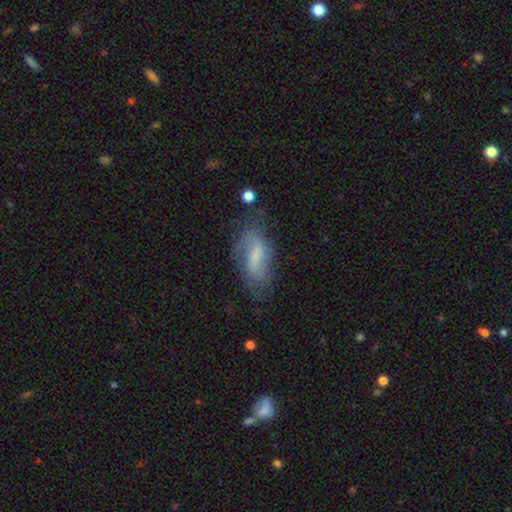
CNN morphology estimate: Q: Smooth or featured?
A: smooth (49%); runner-up: featured or disk (42%)
Q: Merging?
A: none (56%); runner-up: minor disturbance (27%)